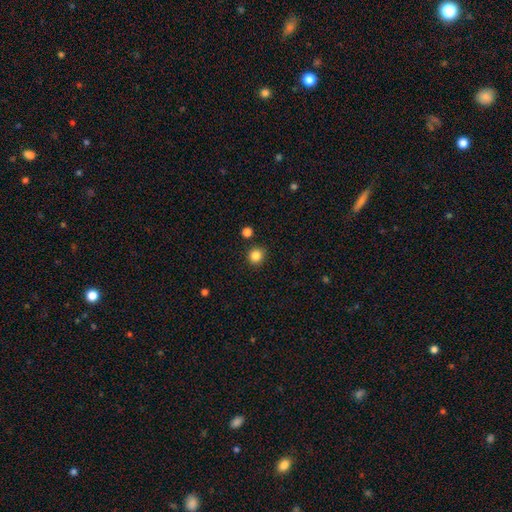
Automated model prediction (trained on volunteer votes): Overall: smooth (85%). How rounded: round (89%). Merging: none (87%).